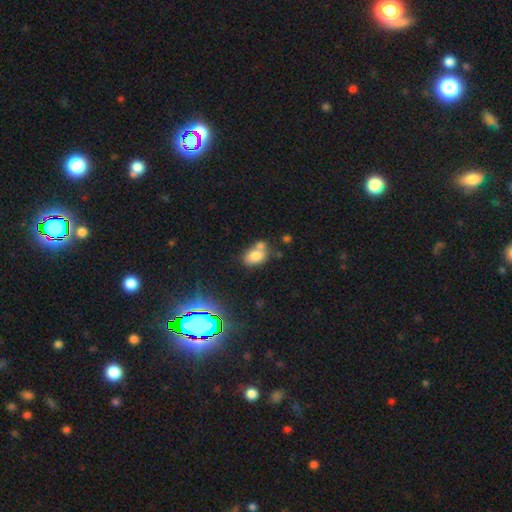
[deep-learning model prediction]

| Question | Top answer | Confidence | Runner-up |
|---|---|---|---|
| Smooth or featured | smooth | 75% | featured or disk (13%) |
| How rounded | in between | 80% | round (19%) |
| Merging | none | 44% | merger (36%) |